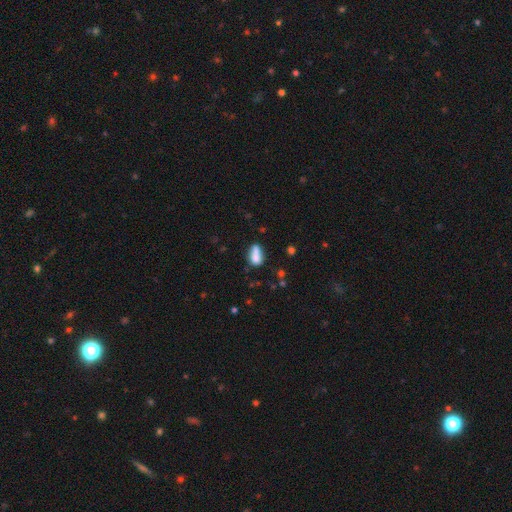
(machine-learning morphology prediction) smooth 73%, featured or disk 17%, star or artifact 10%. Down the decision tree: how rounded — in between (79%); merging — merger (37%).